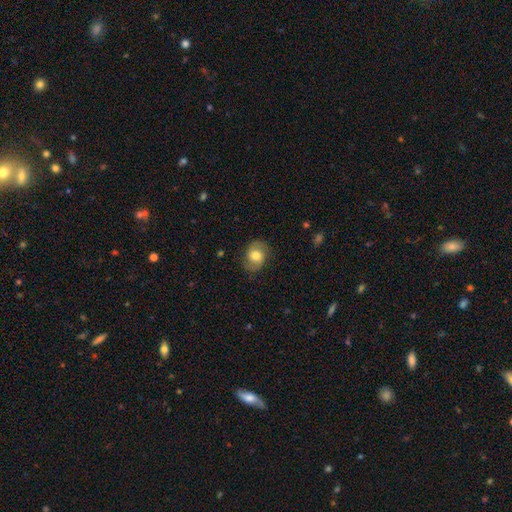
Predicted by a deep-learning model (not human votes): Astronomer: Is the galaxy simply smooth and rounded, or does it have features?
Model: smooth — 55% (runner-up: featured or disk, 36%).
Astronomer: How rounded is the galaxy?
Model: round — 55% (runner-up: in between, 44%).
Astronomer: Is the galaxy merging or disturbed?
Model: none — 79%.